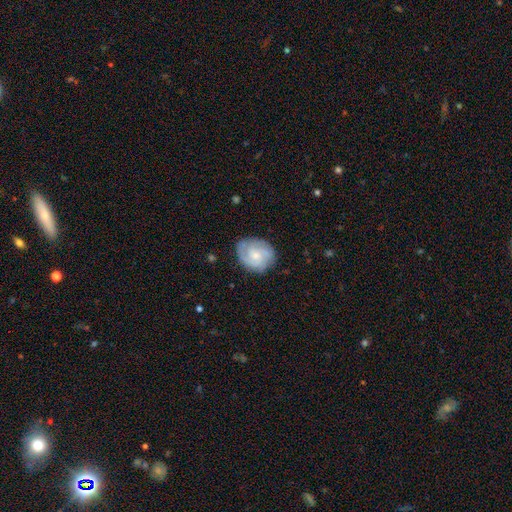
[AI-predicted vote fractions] A featured or disk galaxy (61%) with no bar (68%), 2 (31%) tight (45%) spiral arms (90%) and a small central bulge (51%).

Vote fractions:
- Smooth or featured? featured or disk: 61% / smooth: 33% / star or artifact: 6%
- Edge-on disk? no: 98% / yes: 2%
- Bar? no: 68% / weak: 29% / strong: 3%
- Spiral arms? yes: 90% / no: 10%
- Spiral winding? tight: 45% / medium: 41% / loose: 14%
- Spiral arm count? 2: 31% / 3: 29% / can't tell: 26% / 4: 6% / 1: 5% / more than 4: 4%
- Bulge size? small: 51% / moderate: 40% / none: 5% / large: 3% / dominant: 1%
- Merging? none: 75% / minor disturbance: 18% / major disturbance: 5% / merger: 1%